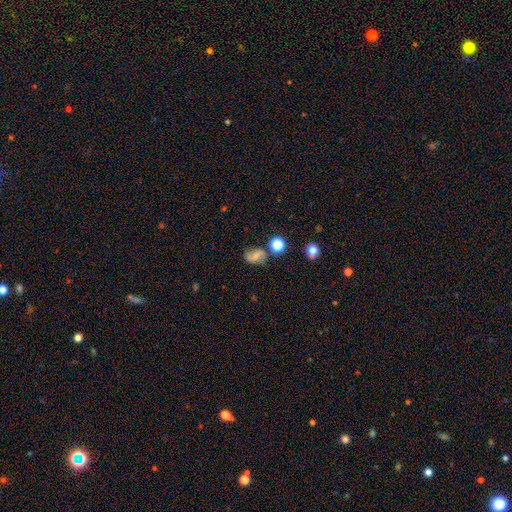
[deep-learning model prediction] Smooth or featured?
  - featured or disk: 50% *
  - smooth: 37%
  - star or artifact: 13%
Merging?
  - none: 70% *
  - minor disturbance: 17%
  - merger: 7%
  - major disturbance: 6%